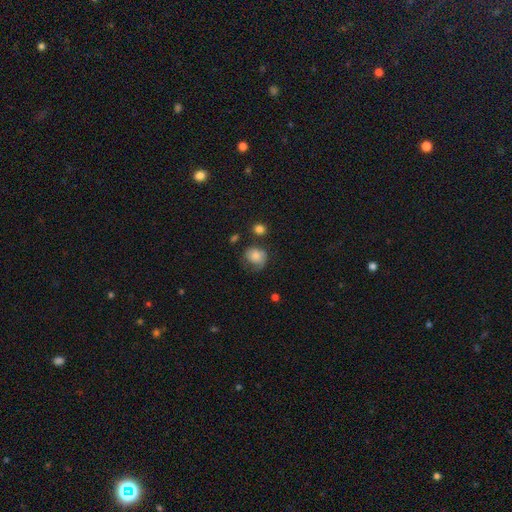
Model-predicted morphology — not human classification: smooth-or-featured: smooth: 77% | featured or disk: 14% | star or artifact: 9%
  how-rounded: round: 64% | in between: 35% | cigar-shaped: 1%
  merging: none: 48% | minor disturbance: 31% | major disturbance: 16% | merger: 5%